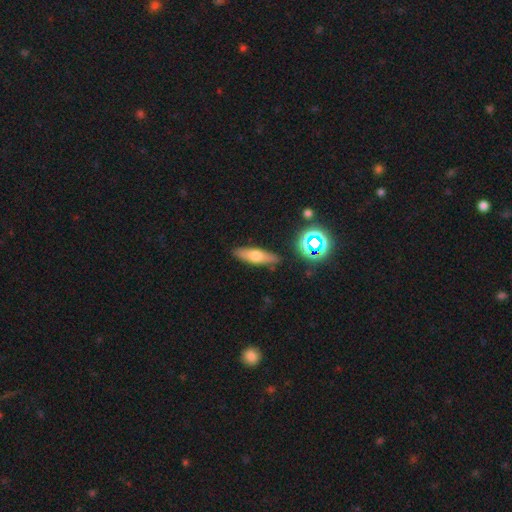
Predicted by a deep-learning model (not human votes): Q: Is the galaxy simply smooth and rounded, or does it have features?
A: smooth — 54%.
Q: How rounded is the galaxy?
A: cigar-shaped — 59%.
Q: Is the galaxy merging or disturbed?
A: none — 86%.